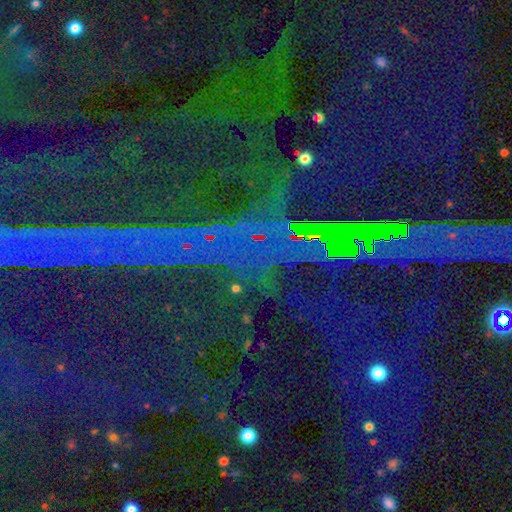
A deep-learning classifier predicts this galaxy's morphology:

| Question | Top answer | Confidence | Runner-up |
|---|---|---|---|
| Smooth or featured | star or artifact | 87% | smooth (6%) |